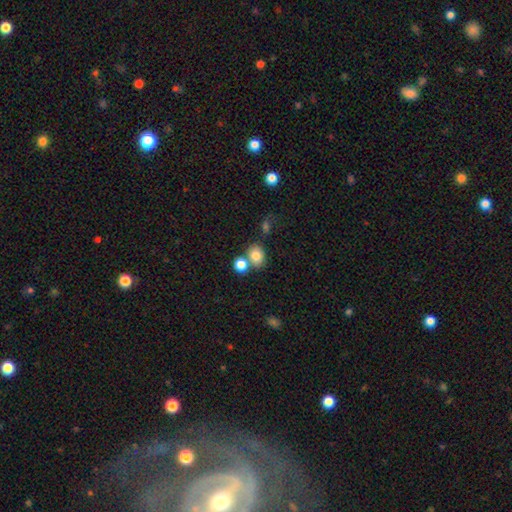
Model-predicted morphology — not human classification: smooth_or_featured: smooth (p=0.80) [alt: star or artifact p=0.11]
how_rounded: round (p=0.58) [alt: in between p=0.41]
merging: none (p=0.58) [alt: merger p=0.29]